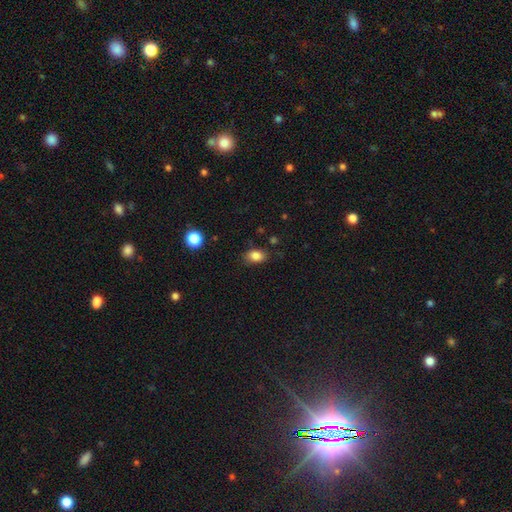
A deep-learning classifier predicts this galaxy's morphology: smooth-or-featured: smooth: 84% | star or artifact: 10% | featured or disk: 6%
  how-rounded: in between: 80% | round: 18% | cigar-shaped: 1%
  merging: none: 79% | minor disturbance: 15% | major disturbance: 4% | merger: 2%